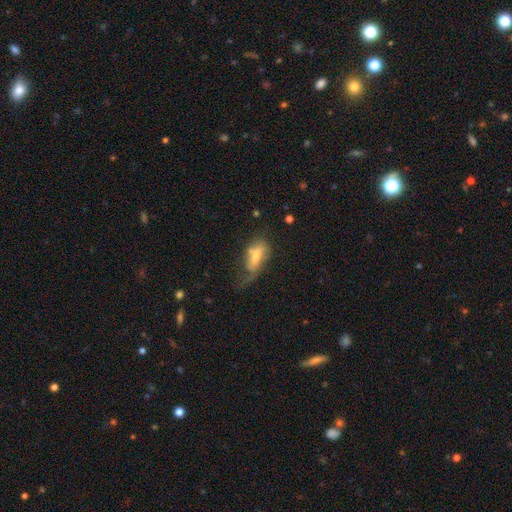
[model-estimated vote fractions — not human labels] The model was most divided on "merging" (2-way tie): major disturbance: 33%, none: 33%, minor disturbance: 29%, merger: 6%. More confident: how rounded — in between (78%); smooth or featured — smooth (53%).